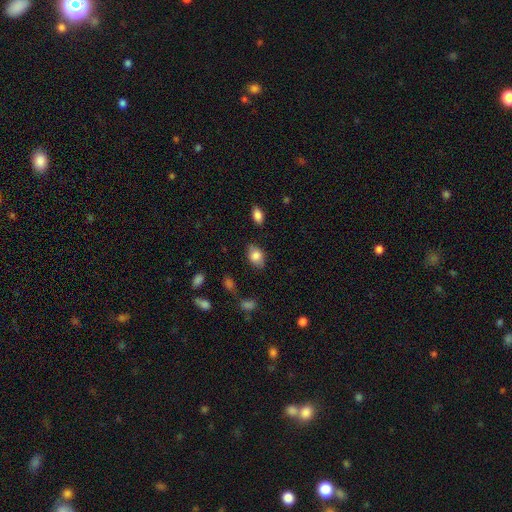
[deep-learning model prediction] Smooth or featured?
  - smooth: 81% *
  - featured or disk: 11%
  - star or artifact: 8%
How rounded?
  - in between: 84% *
  - round: 14%
  - cigar-shaped: 1%
Merging?
  - none: 79% *
  - minor disturbance: 16%
  - major disturbance: 4%
  - merger: 2%